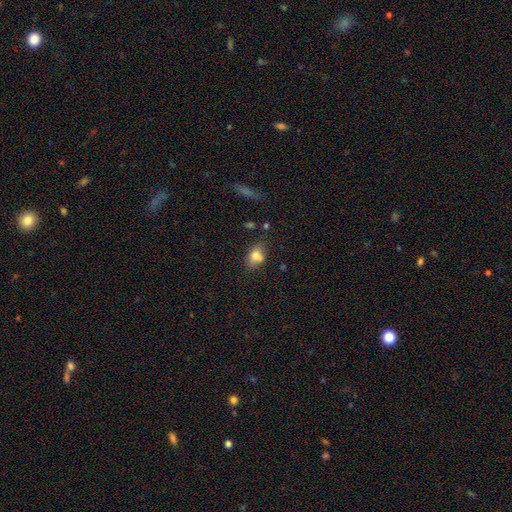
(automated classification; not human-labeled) Morphology: type=smooth (73%); roundness=in between (75%); merging=none (54%).